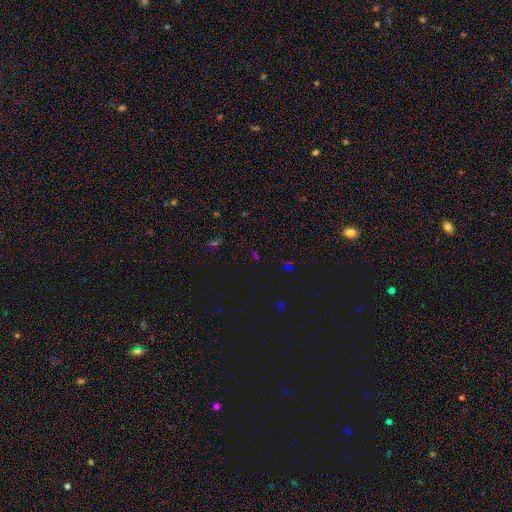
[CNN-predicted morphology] This is likely a star or artifact rather than a galaxy (65%).